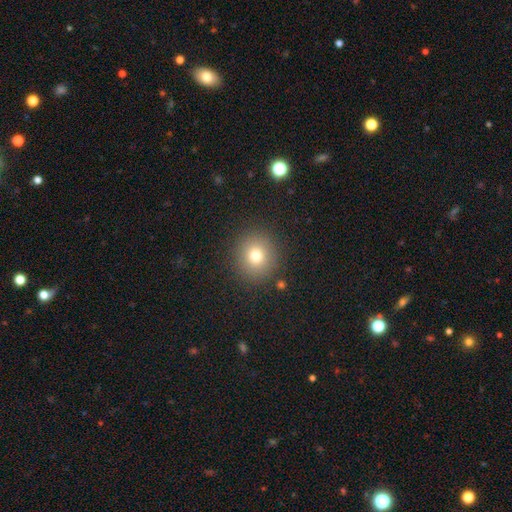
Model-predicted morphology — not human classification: This is likely a smooth galaxy (76%). How rounded: clearly round (89%). Merging: clearly none (89%).